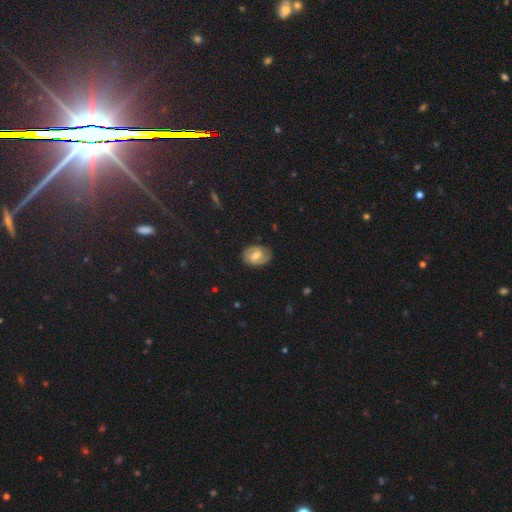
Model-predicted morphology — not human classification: Smooth or featured? Predicted: featured or disk (p=0.56). Edge-on disk? Predicted: no (p=0.96). Bar? Predicted: weak (p=0.52). Spiral arms? Predicted: yes (p=0.81). Bulge size? Predicted: moderate (p=0.66). Merging? Predicted: none (p=0.79).